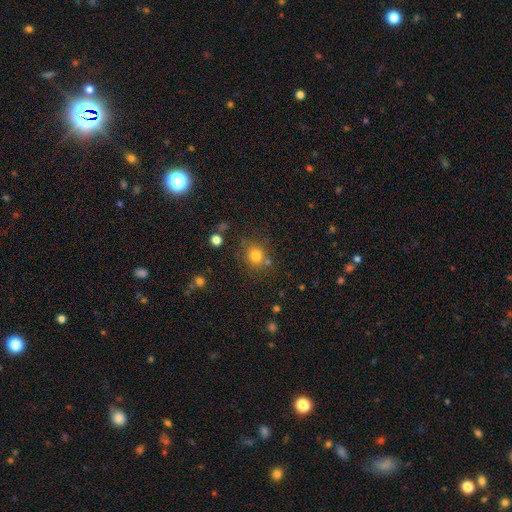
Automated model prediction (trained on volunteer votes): The model was most divided on "merging": none: 72%, minor disturbance: 13%, merger: 10%, major disturbance: 5%. More confident: how rounded — round (79%); smooth or featured — smooth (78%).